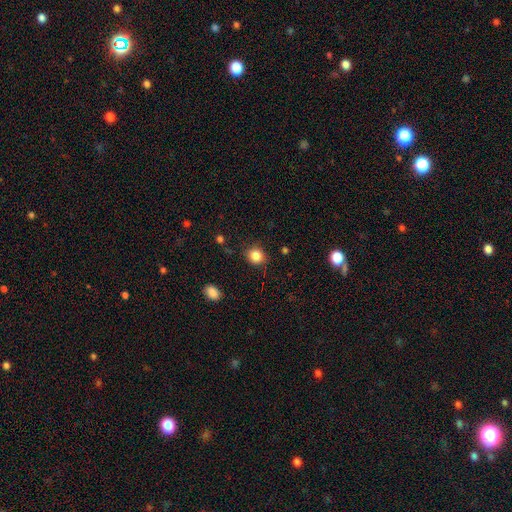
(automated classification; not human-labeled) smooth-or-featured: smooth: 86% | star or artifact: 10% | featured or disk: 4%
  how-rounded: round: 80% | in between: 19% | cigar-shaped: 1%
  merging: none: 84% | minor disturbance: 12% | major disturbance: 3% | merger: 2%